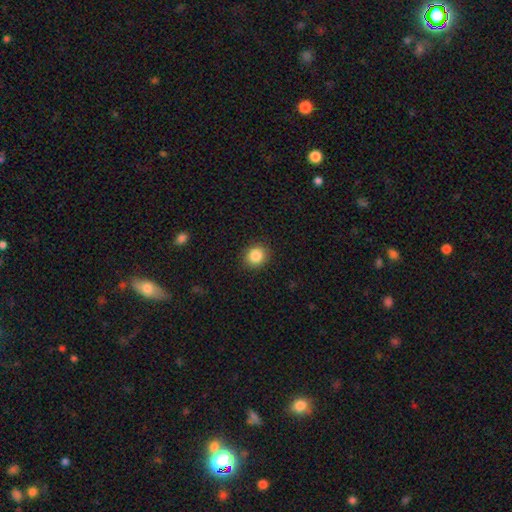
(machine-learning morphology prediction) Q: Smooth or featured?
A: smooth (86%); runner-up: star or artifact (9%)
Q: How rounded?
A: round (81%); runner-up: in between (18%)
Q: Merging?
A: none (90%); runner-up: minor disturbance (7%)